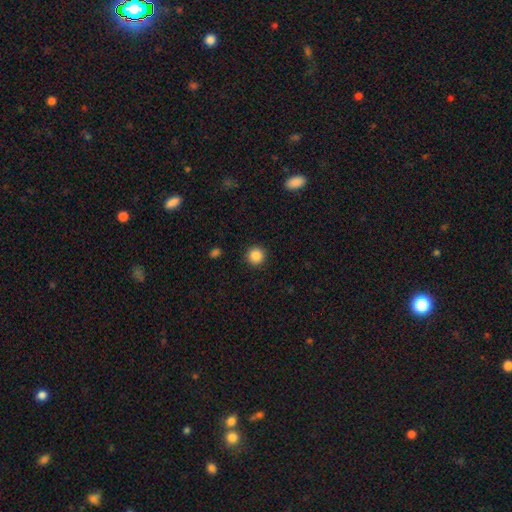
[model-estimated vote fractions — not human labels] smooth-or-featured: smooth: 86% | star or artifact: 10% | featured or disk: 4%
  how-rounded: round: 95% | in between: 4% | cigar-shaped: 1%
  merging: none: 92% | minor disturbance: 5% | major disturbance: 2% | merger: 1%